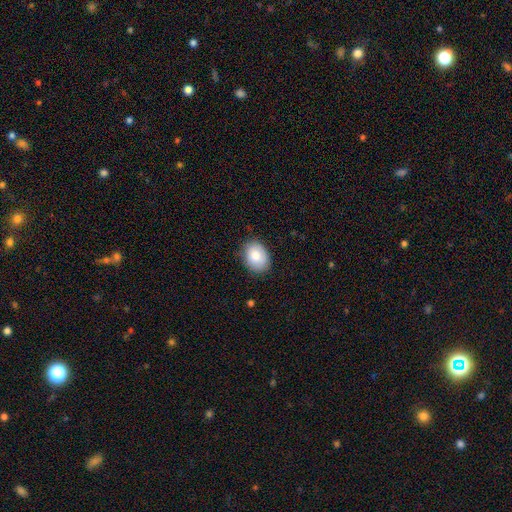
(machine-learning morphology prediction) smooth-or-featured: smooth: 81% | featured or disk: 12% | star or artifact: 7%
  how-rounded: in between: 66% | round: 33% | cigar-shaped: 1%
  merging: none: 83% | minor disturbance: 14% | major disturbance: 3% | merger: 1%